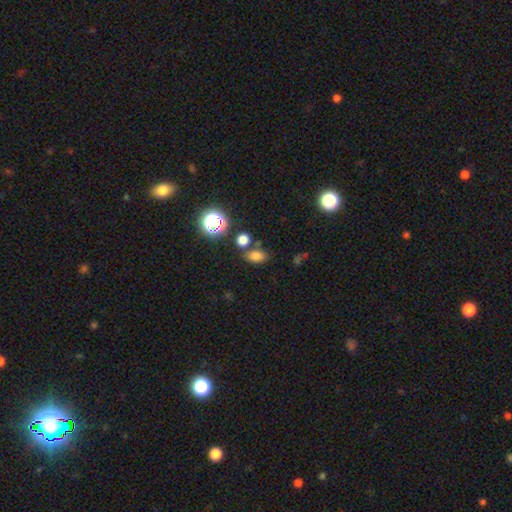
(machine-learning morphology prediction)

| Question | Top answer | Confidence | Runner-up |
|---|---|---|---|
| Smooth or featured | smooth | 74% | star or artifact (19%) |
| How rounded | in between | 76% | round (23%) |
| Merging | none | 68% | merger (14%) |